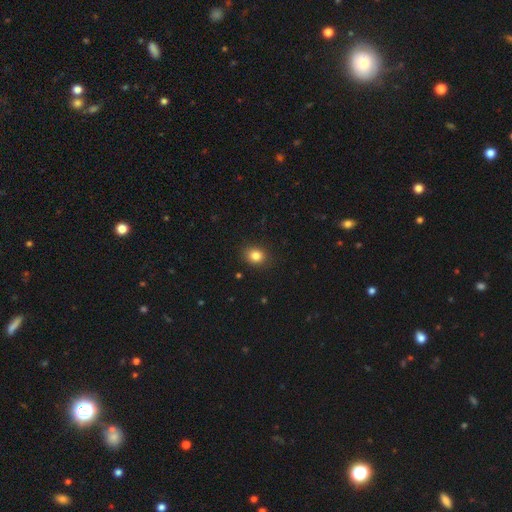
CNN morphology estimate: Q: Smooth or featured?
A: smooth (84%); runner-up: star or artifact (11%)
Q: How rounded?
A: round (58%); runner-up: in between (41%)
Q: Merging?
A: none (87%); runner-up: minor disturbance (9%)